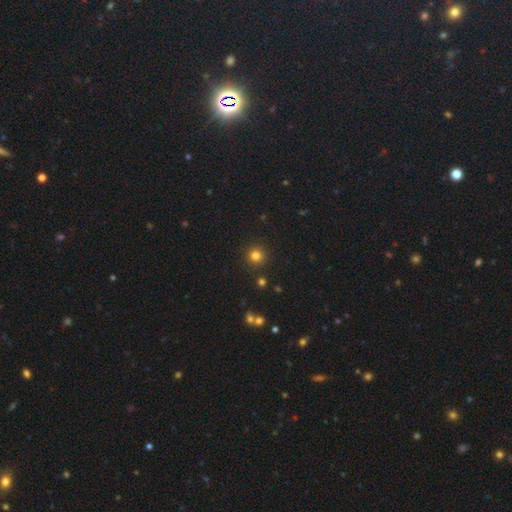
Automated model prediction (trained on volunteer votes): Morphology: type=smooth (80%); roundness=round (94%); merging=none (90%).